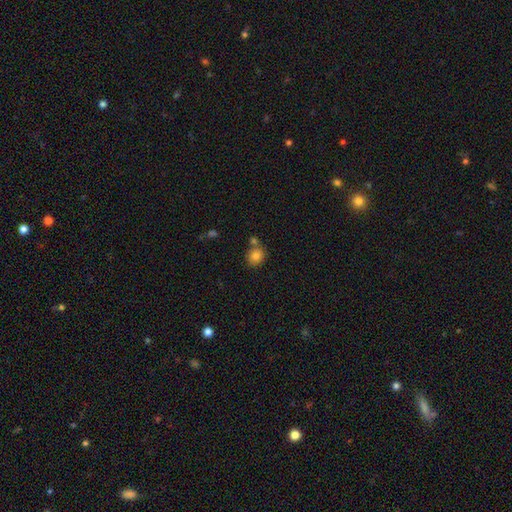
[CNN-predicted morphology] Q: Smooth or featured?
A: smooth (83%); runner-up: star or artifact (10%)
Q: How rounded?
A: round (78%); runner-up: in between (21%)
Q: Merging?
A: none (65%); runner-up: merger (21%)